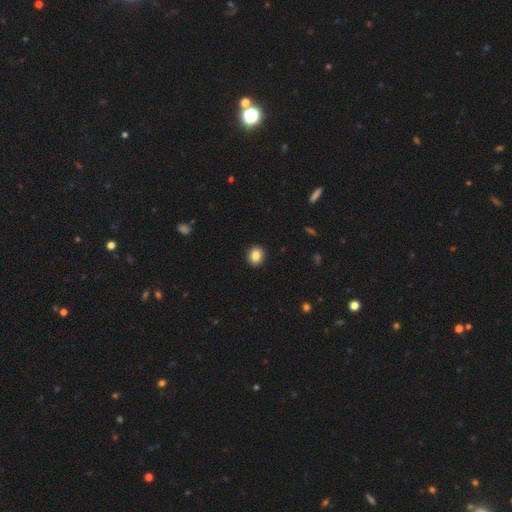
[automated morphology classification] smooth_or_featured: smooth (p=0.86) [alt: star or artifact p=0.09]
how_rounded: round (p=0.67) [alt: in between p=0.32]
merging: none (p=0.92) [alt: minor disturbance p=0.05]